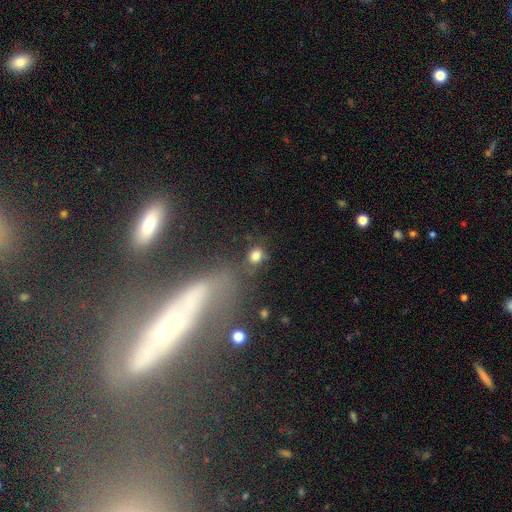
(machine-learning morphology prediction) Smooth or featured? Predicted: smooth (p=0.77). How rounded? Predicted: round (p=0.54). Merging? Predicted: none (p=0.60).